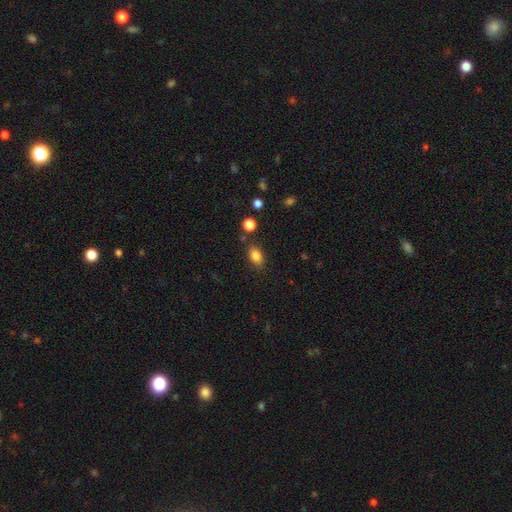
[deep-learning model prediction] Morphology: type=smooth (83%); roundness=in between (83%); merging=none (80%).